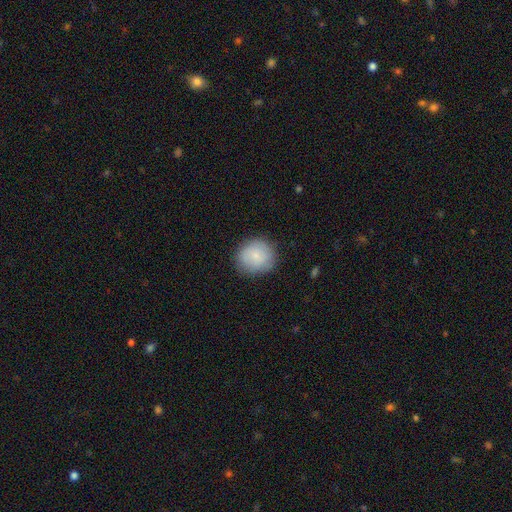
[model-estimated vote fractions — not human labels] smooth-or-featured: smooth: 81% | featured or disk: 12% | star or artifact: 7%
  how-rounded: round: 85% | in between: 14% | cigar-shaped: 1%
  merging: none: 83% | minor disturbance: 13% | major disturbance: 3% | merger: 1%